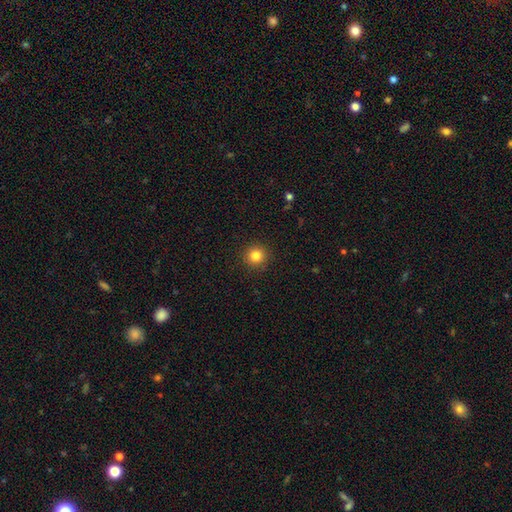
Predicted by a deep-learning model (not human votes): smooth 83%, star or artifact 12%, featured or disk 5%. Down the decision tree: how rounded — round (95%); merging — none (92%).